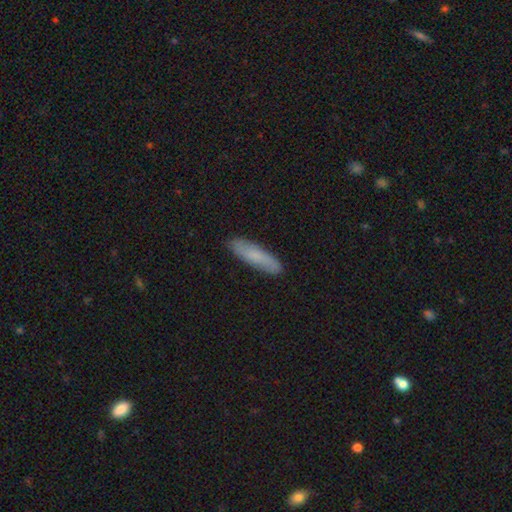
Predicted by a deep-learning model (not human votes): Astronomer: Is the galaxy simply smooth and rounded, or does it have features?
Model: smooth — 74%.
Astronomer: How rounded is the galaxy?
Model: cigar-shaped — 72%.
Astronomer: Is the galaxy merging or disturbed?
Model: none — 87%.